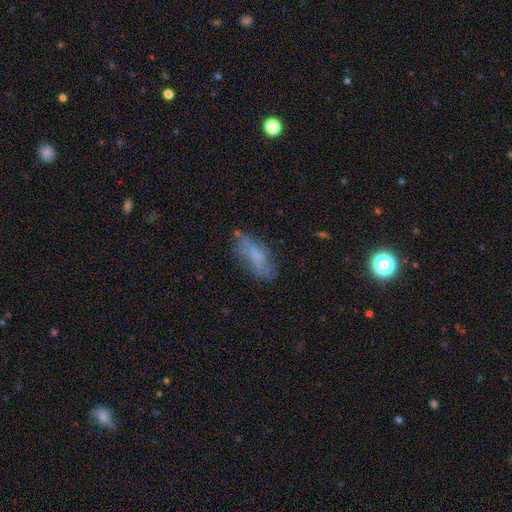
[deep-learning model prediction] A smooth galaxy with no disk features (53%) that is in between round and cigar-shaped (64%).

Vote fractions:
- Smooth or featured? smooth: 53% / featured or disk: 36% / star or artifact: 11%
- How rounded? in between: 64% / cigar-shaped: 33% / round: 3%
- Merging? none: 58% / minor disturbance: 25% / major disturbance: 13% / merger: 4%